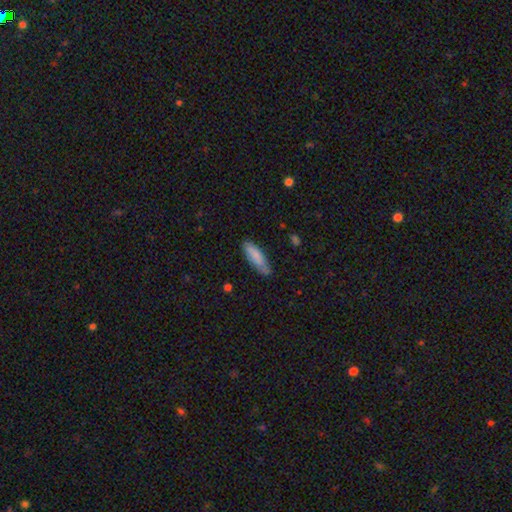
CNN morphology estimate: The model was most divided on "how rounded": cigar-shaped: 54%, in between: 44%, round: 1%. More confident: smooth or featured — smooth (84%); merging — none (78%).